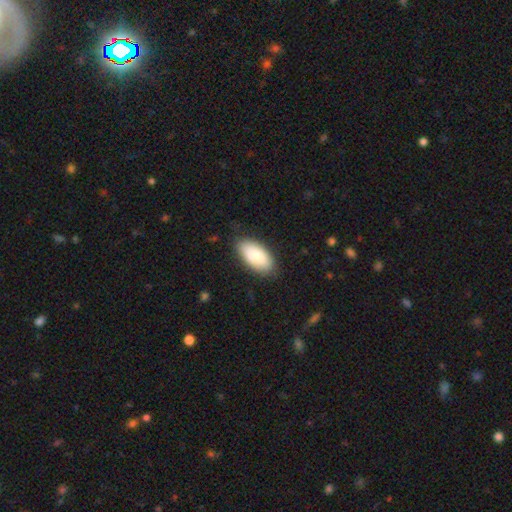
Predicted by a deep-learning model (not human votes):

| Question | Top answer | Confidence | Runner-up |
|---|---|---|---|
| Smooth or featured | smooth | 84% | featured or disk (10%) |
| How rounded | in between | 94% | cigar-shaped (4%) |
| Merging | none | 81% | minor disturbance (14%) |